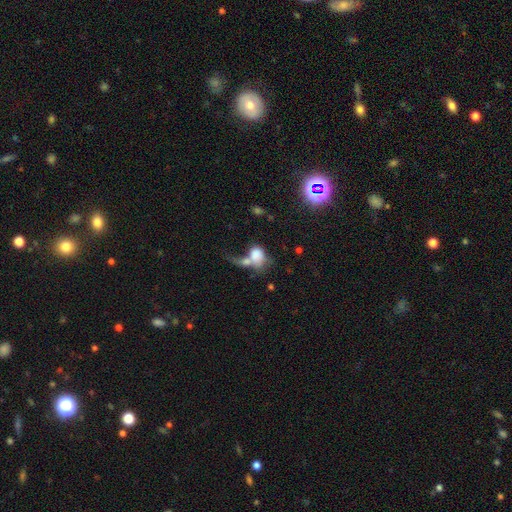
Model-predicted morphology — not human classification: Smooth or featured? smooth (70%)
How rounded? in between (67%)
Merging? merger (50%)